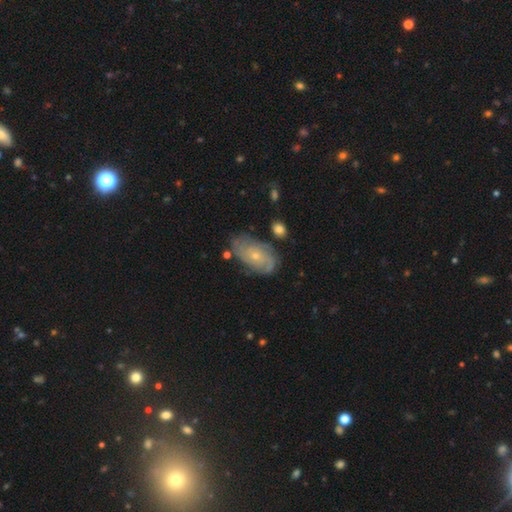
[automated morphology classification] The model was most divided on "spiral arm count": can't tell: 41%, 2: 30%, 3: 14%, 4: 7%, 1: 4%, more than 4: 4%. More confident: edge-on disk — no (95%); spiral arms — yes (87%); bar — no (80%); bulge size — small (72%); smooth or featured — featured or disk (70%); merging — none (69%); spiral winding — tight (57%).